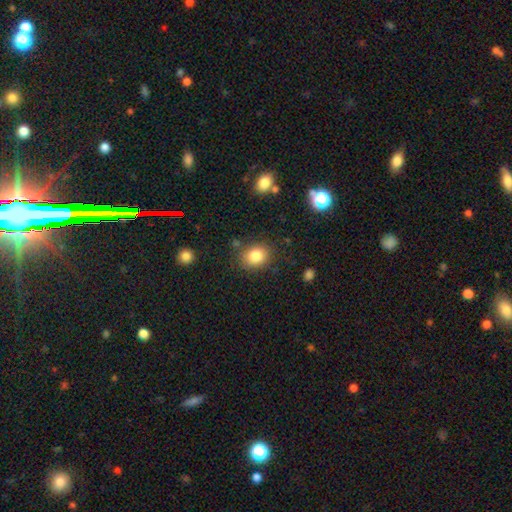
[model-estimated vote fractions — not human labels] A smooth galaxy with no disk features (83%) that is round (54%).

Vote fractions:
- Smooth or featured? smooth: 83% / star or artifact: 10% / featured or disk: 7%
- How rounded? round: 54% / in between: 45% / cigar-shaped: 1%
- Merging? none: 81% / minor disturbance: 12% / major disturbance: 4% / merger: 3%